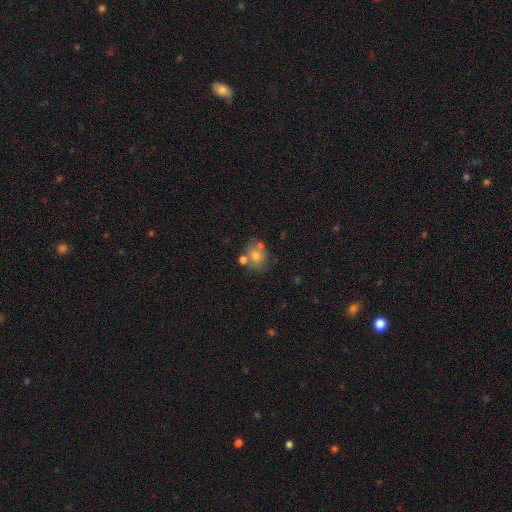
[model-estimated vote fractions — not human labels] smooth 67%, featured or disk 21%, star or artifact 12%. Down the decision tree: how rounded — round (66%); merging — none (58%).